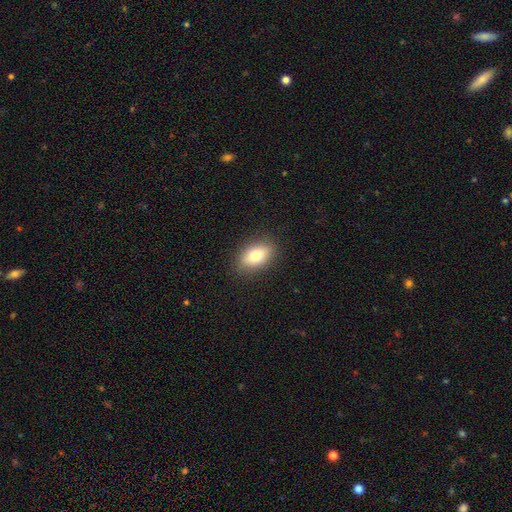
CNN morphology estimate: A smooth galaxy with no disk features (79%) that is in between round and cigar-shaped (88%). Merging: none (87%).